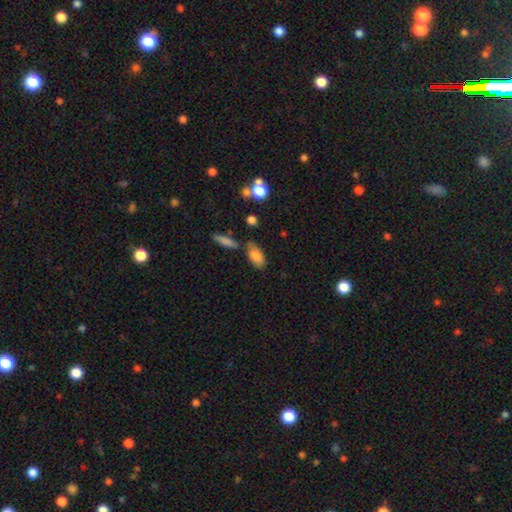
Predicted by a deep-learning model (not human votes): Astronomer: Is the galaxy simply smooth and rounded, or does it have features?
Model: smooth — 82%.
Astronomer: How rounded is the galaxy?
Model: in between — 88%.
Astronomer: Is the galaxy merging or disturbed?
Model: none — 65%.